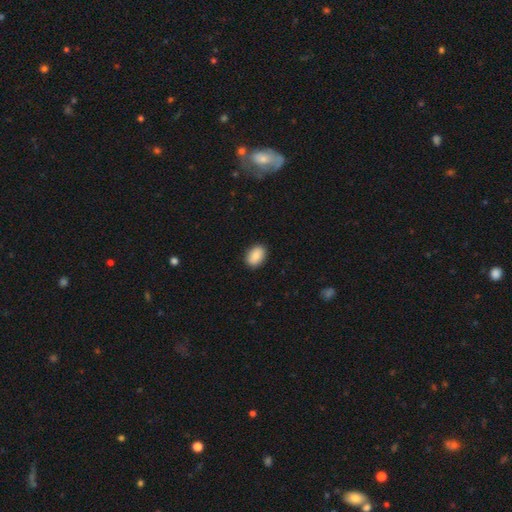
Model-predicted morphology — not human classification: A smooth galaxy with no disk features (86%) that is in between round and cigar-shaped (81%).

Vote fractions:
- Smooth or featured? smooth: 86% / featured or disk: 7% / star or artifact: 7%
- How rounded? in between: 81% / round: 18% / cigar-shaped: 1%
- Merging? none: 89% / minor disturbance: 8% / major disturbance: 2% / merger: 1%